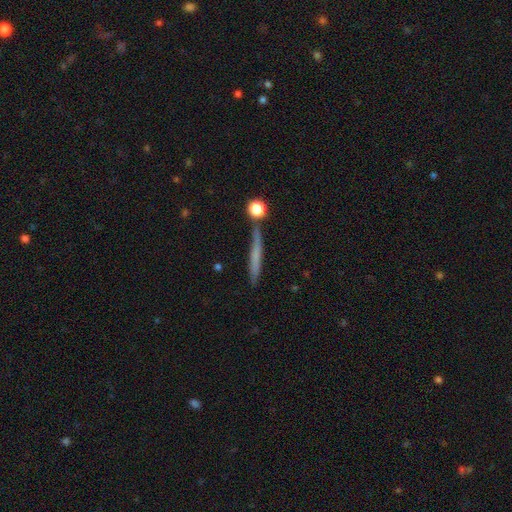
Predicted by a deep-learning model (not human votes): The model was most divided on "smooth or featured": smooth: 55%, featured or disk: 36%, star or artifact: 9%. More confident: how rounded — cigar-shaped (92%); merging — none (77%).